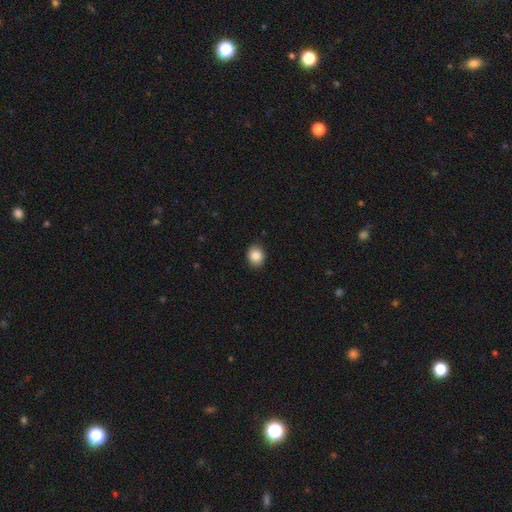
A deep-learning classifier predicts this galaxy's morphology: The model was most divided on "how rounded": round: 59%, in between: 40%, cigar-shaped: 1%. More confident: merging — none (90%); smooth or featured — smooth (88%).